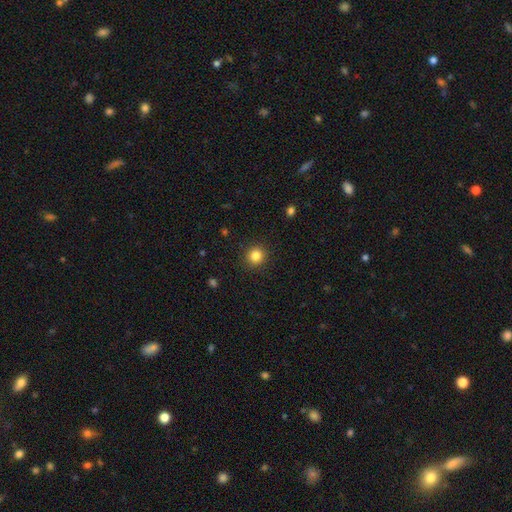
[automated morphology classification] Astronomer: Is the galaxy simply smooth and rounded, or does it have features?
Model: smooth — 84%.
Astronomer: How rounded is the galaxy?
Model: round — 92%.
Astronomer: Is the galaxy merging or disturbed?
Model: none — 91%.